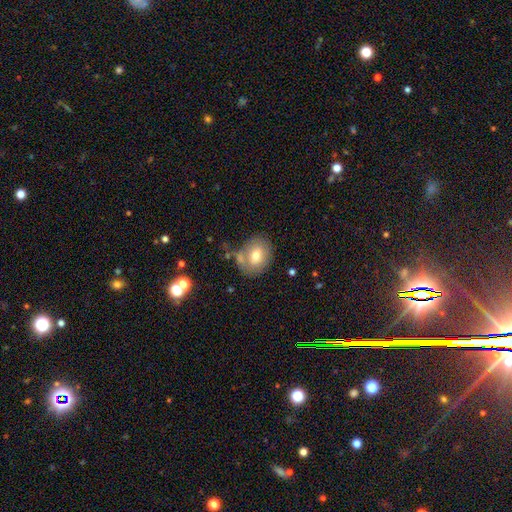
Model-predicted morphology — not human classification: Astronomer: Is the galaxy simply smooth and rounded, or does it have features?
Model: smooth — 70%.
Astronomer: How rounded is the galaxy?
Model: round — 55% (runner-up: in between, 44%).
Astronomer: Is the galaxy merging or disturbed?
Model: none — 60%.